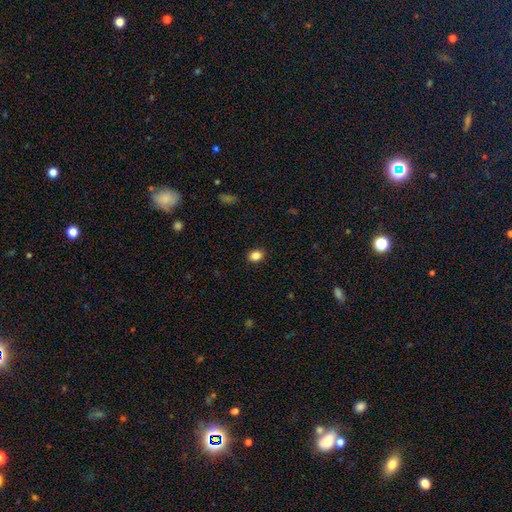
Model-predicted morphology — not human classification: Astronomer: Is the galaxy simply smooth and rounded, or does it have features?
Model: smooth — 86%.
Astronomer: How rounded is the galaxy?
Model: in between — 54% (runner-up: round, 45%).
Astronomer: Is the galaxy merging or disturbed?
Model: none — 90%.